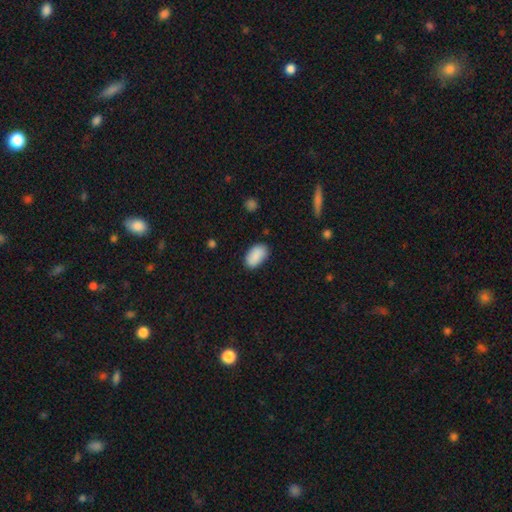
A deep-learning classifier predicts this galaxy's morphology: A smooth galaxy with no disk features (88%) that is in between round and cigar-shaped (94%).

Vote fractions:
- Smooth or featured? smooth: 88% / star or artifact: 6% / featured or disk: 5%
- How rounded? in between: 94% / round: 5% / cigar-shaped: 2%
- Merging? none: 82% / minor disturbance: 13% / major disturbance: 3% / merger: 1%